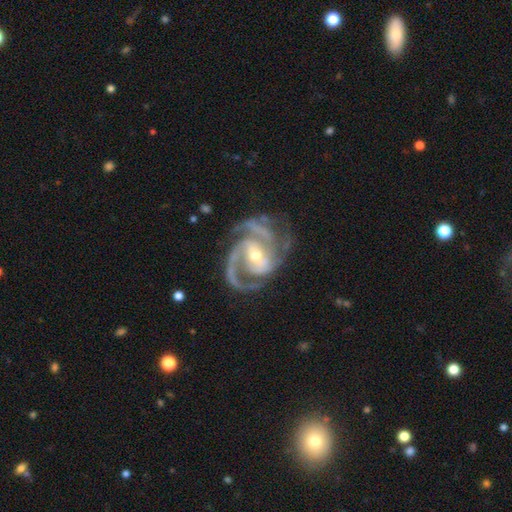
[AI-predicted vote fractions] Q: Smooth or featured?
A: featured or disk (93%); runner-up: star or artifact (4%)
Q: Edge-on disk?
A: no (98%); runner-up: yes (2%)
Q: Bar?
A: weak (40%); runner-up: no (33%)
Q: Spiral arms?
A: yes (98%); runner-up: no (2%)
Q: Spiral winding?
A: medium (52%); runner-up: tight (38%)
Q: Spiral arm count?
A: 3 (45%); runner-up: 2 (33%)
Q: Bulge size?
A: moderate (53%); runner-up: small (43%)
Q: Merging?
A: none (69%); runner-up: minor disturbance (18%)